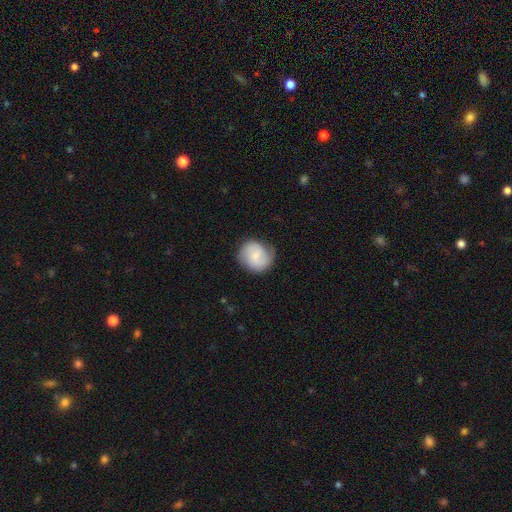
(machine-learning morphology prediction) Smooth or featured?
  - smooth: 53% *
  - featured or disk: 40%
  - star or artifact: 7%
How rounded?
  - round: 83% *
  - in between: 16%
  - cigar-shaped: 1%
Merging?
  - none: 73% *
  - minor disturbance: 20%
  - major disturbance: 6%
  - merger: 1%